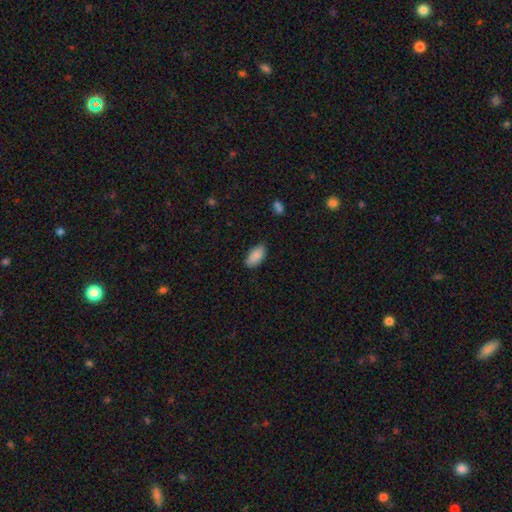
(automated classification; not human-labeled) smooth-or-featured: smooth: 87% | star or artifact: 7% | featured or disk: 7%
  how-rounded: in between: 94% | cigar-shaped: 3% | round: 3%
  merging: none: 79% | minor disturbance: 17% | major disturbance: 3% | merger: 1%